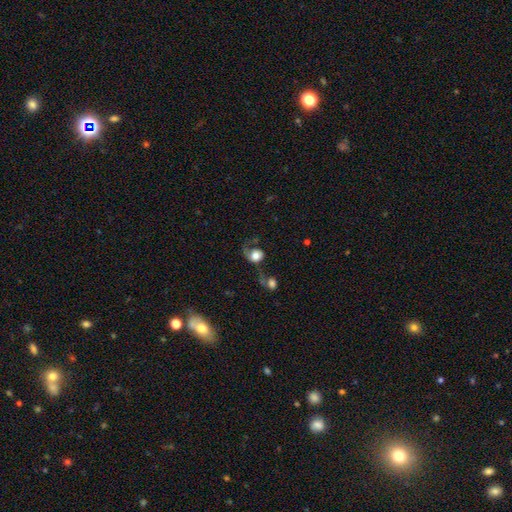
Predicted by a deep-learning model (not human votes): Smooth or featured? smooth (57%)
How rounded? round (69%)
Merging? major disturbance (39%)